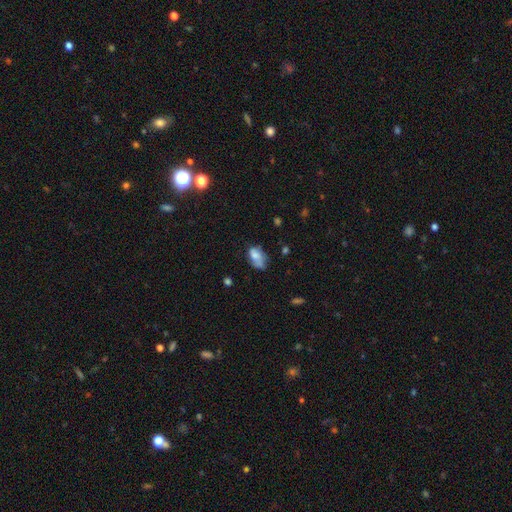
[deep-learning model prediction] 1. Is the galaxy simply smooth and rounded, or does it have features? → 66% smooth, 24% featured or disk, 10% star or artifact.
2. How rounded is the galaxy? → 88% in between, 10% round, 2% cigar-shaped.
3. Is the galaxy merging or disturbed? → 38% none, 34% minor disturbance, 18% major disturbance, 10% merger.